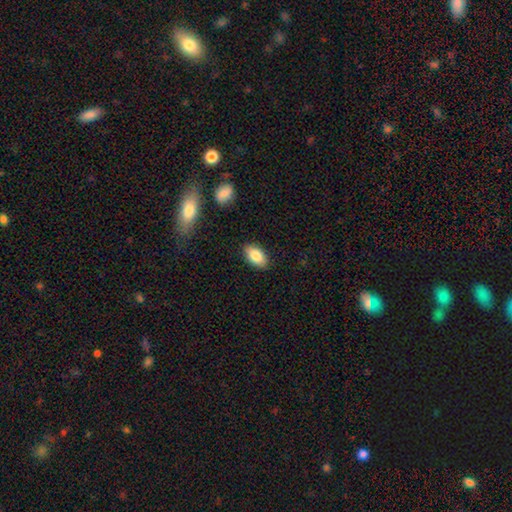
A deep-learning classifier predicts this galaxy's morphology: Smooth or featured? smooth (85%)
How rounded? in between (92%)
Merging? none (86%)